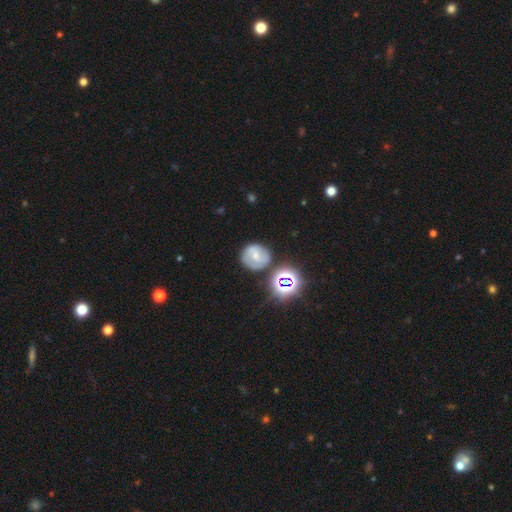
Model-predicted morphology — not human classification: A featured or disk galaxy (52%) with a weak bar (46%), spiral arms (75%) and a small central bulge (48%).

Vote fractions:
- Smooth or featured? featured or disk: 52% / smooth: 36% / star or artifact: 12%
- Edge-on disk? no: 97% / yes: 3%
- Bar? weak: 46% / no: 35% / strong: 19%
- Spiral arms? yes: 75% / no: 25%
- Bulge size? small: 48% / moderate: 40% / none: 7% / large: 4% / dominant: 1%
- Merging? none: 70% / minor disturbance: 16% / merger: 8% / major disturbance: 6%